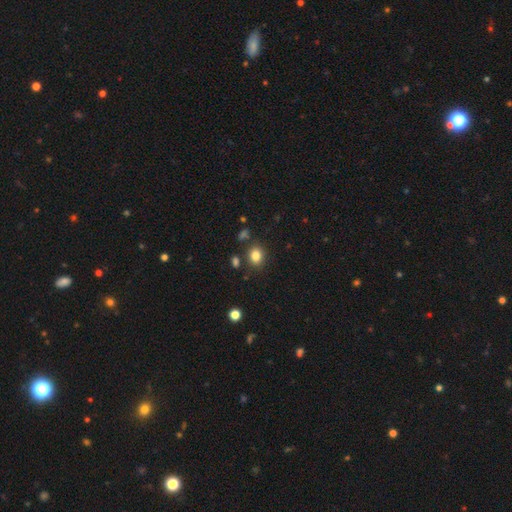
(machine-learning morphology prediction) type=smooth (83%); roundness=round (57%); merging=none (82%).